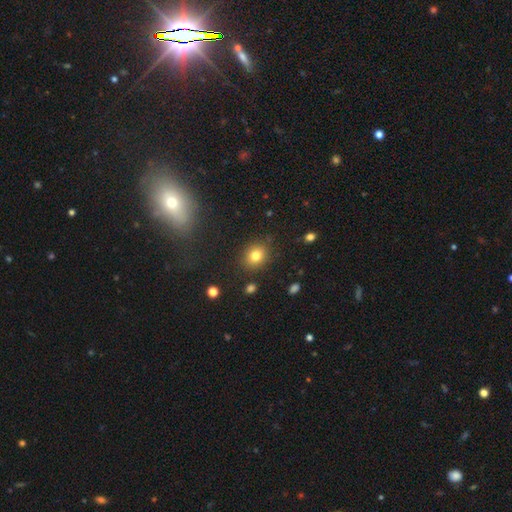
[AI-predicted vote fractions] Smooth or featured? smooth (79%)
How rounded? round (66%)
Merging? none (86%)